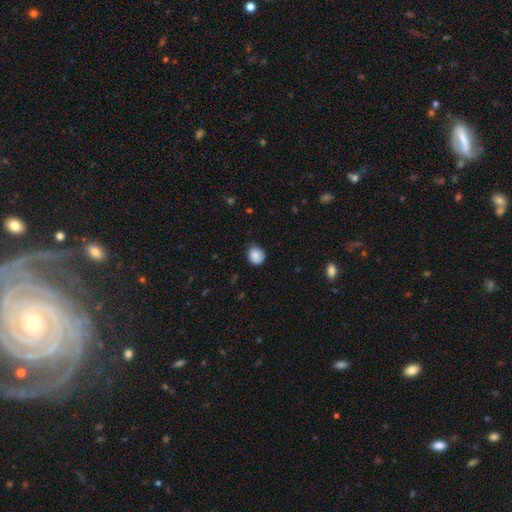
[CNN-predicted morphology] type=smooth (87%); roundness=round (67%); merging=none (77%).